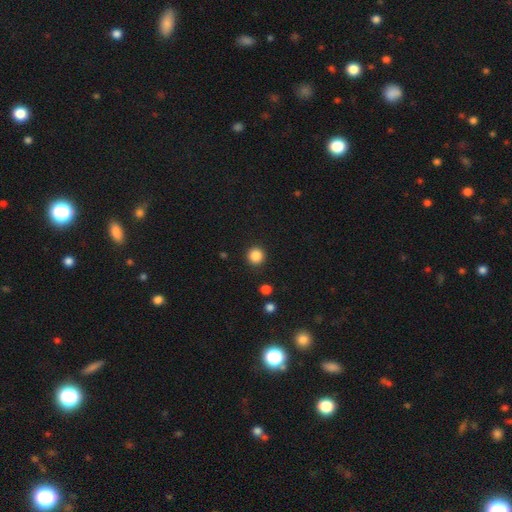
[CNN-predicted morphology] Smooth or featured? Predicted: smooth (p=0.86). How rounded? Predicted: round (p=0.95). Merging? Predicted: none (p=0.92).